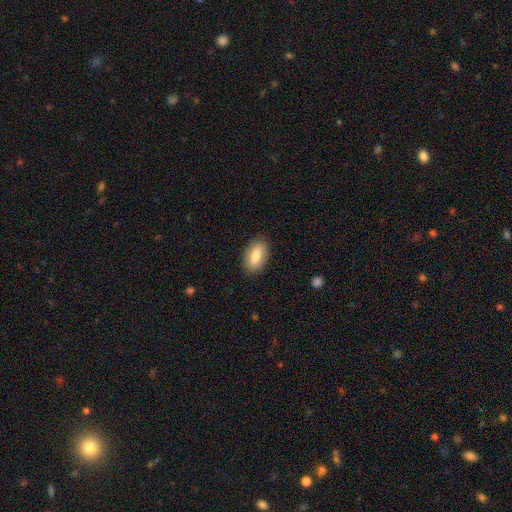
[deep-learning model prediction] smooth-or-featured: smooth: 78% | featured or disk: 15% | star or artifact: 7%
  how-rounded: in between: 88% | cigar-shaped: 9% | round: 4%
  merging: none: 86% | minor disturbance: 10% | major disturbance: 3% | merger: 1%